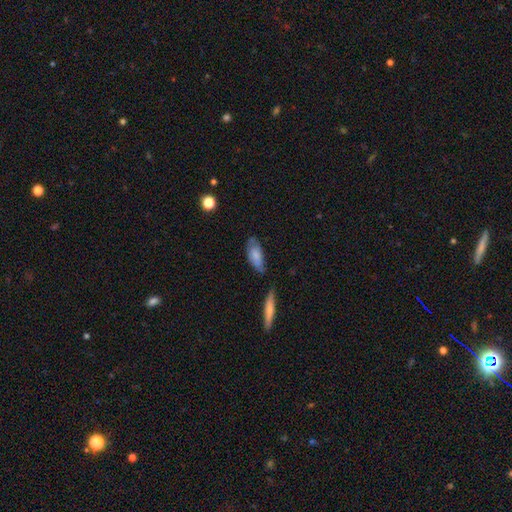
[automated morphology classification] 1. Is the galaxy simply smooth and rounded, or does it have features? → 73% smooth, 21% featured or disk, 6% star or artifact.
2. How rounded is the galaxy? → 79% in between, 19% cigar-shaped, 2% round.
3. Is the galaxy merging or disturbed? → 53% none, 32% minor disturbance, 8% major disturbance, 7% merger.